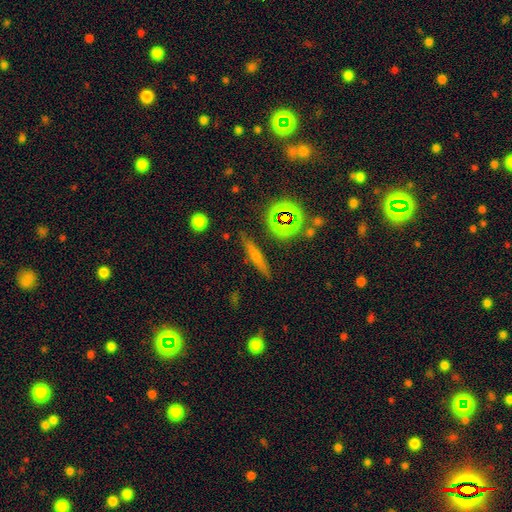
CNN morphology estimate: smooth_or_featured: smooth (p=0.43) [alt: featured or disk p=0.39]
merging: none (p=0.86) [alt: minor disturbance p=0.10]